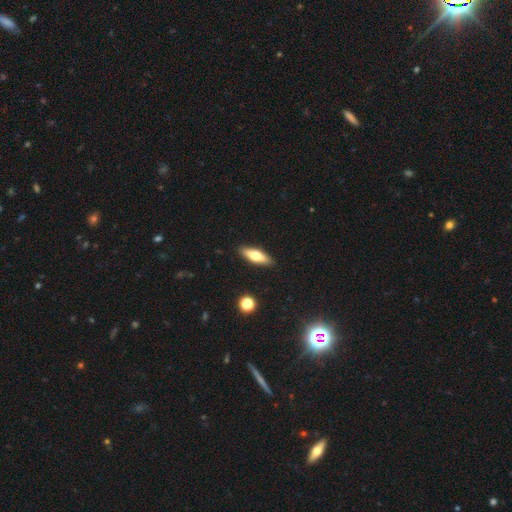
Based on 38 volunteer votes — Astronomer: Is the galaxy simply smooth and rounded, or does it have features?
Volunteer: smooth — 61%.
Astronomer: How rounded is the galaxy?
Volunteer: in between — 78%.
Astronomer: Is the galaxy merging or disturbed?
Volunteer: none — 89%.